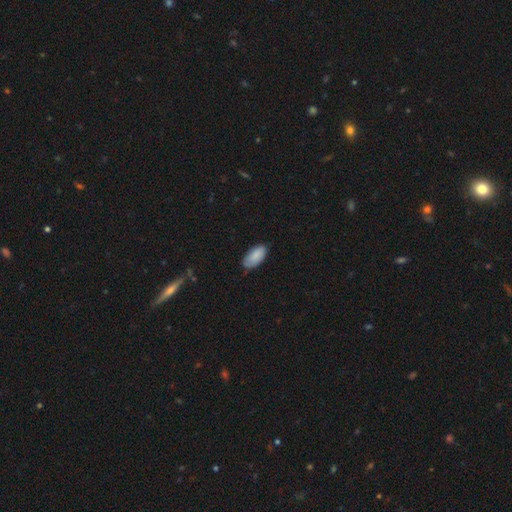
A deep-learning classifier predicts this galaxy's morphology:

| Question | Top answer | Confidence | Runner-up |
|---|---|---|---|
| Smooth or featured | smooth | 86% | featured or disk (8%) |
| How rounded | in between | 94% | cigar-shaped (4%) |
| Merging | none | 73% | minor disturbance (23%) |